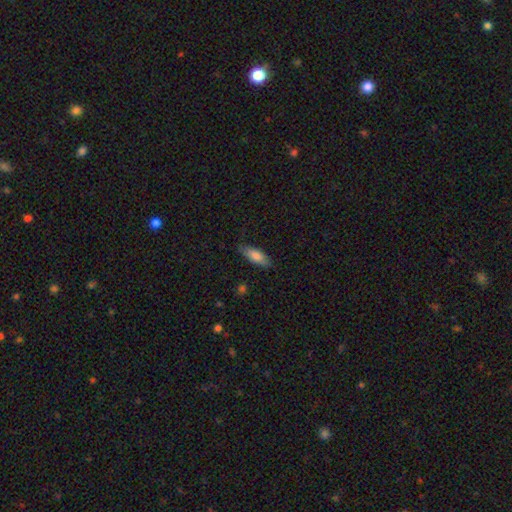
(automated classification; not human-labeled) Smooth or featured: smooth — 79% (featured or disk — 15%)
How rounded: in between — 66% (cigar-shaped — 32%)
Merging: none — 81% (minor disturbance — 15%)